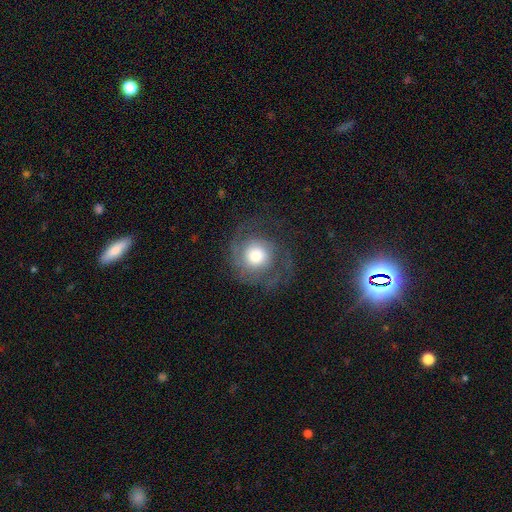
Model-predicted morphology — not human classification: Overall: featured or disk (65%; smooth 26%). Edge-on disk: no (98%). Bar: no (80%). Spiral arms: yes (89%). Spiral arm count: 2 (58%). Spiral winding: medium (42%; tight 37%). Bulge size: large (44%; moderate 37%). Merging: none (66%).